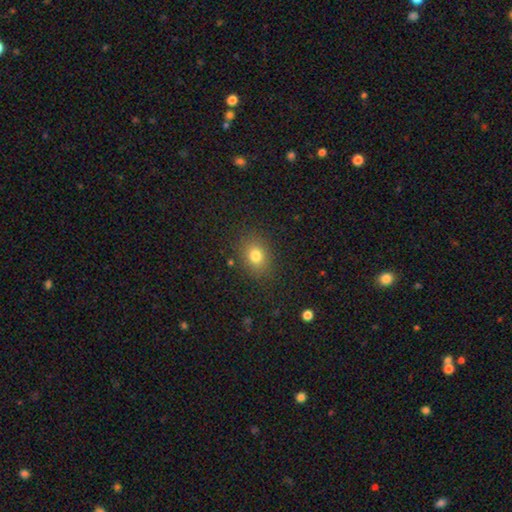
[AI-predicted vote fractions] Morphology: type=smooth (78%); roundness=in between (52%); merging=none (85%).